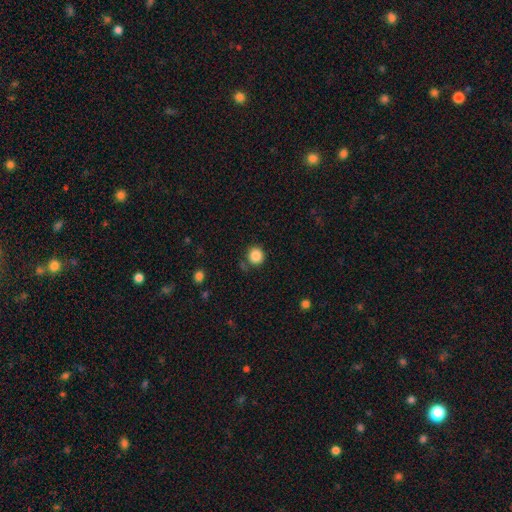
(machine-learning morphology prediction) Overall: smooth (87%). How rounded: round (90%). Merging: none (81%).